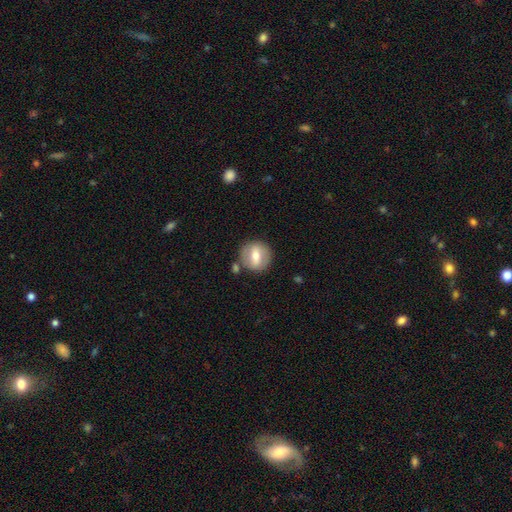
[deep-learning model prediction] smooth_or_featured: smooth (p=0.50) [alt: featured or disk p=0.43]
merging: none (p=0.77) [alt: minor disturbance p=0.12]